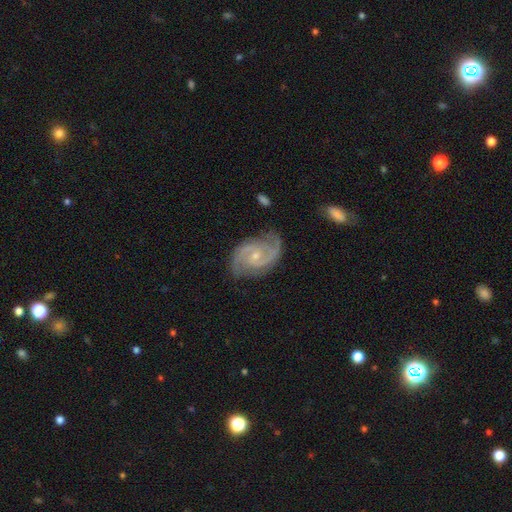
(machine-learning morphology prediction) This appears to be a featured or disk galaxy (91%) with no bar (50%), 2 (89%) medium (52%) spiral arms (98%) and a small central bulge (66%). Merging: none (77%).